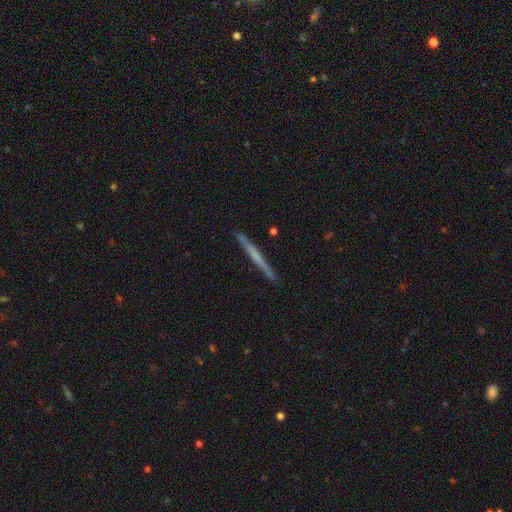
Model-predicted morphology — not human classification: smooth-or-featured: featured or disk: 49% | smooth: 45% | star or artifact: 6%
  merging: none: 90% | minor disturbance: 7% | major disturbance: 1% | merger: 1%